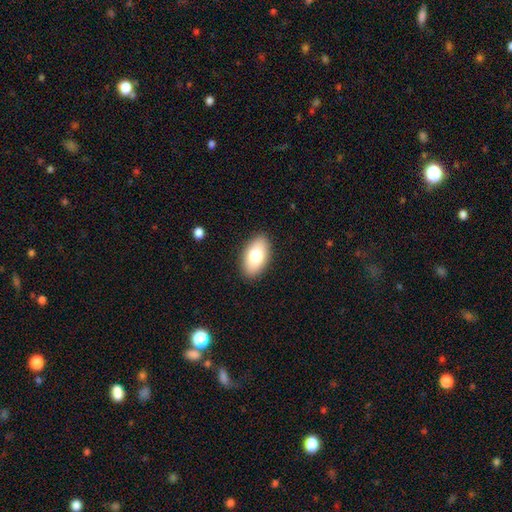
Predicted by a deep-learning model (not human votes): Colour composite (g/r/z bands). It shows a smooth galaxy with no disk features (79%) that is in between round and cigar-shaped (94%). Merging: none (89%).